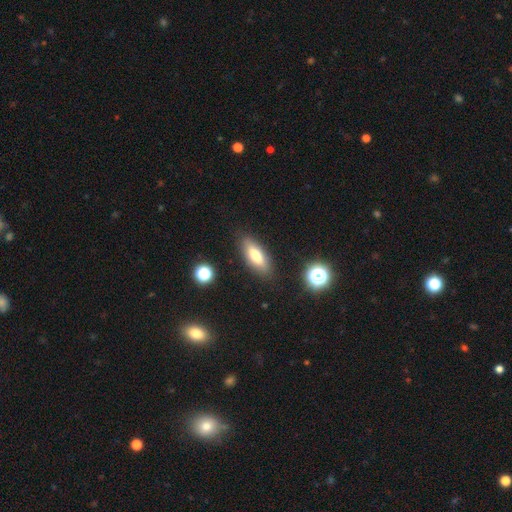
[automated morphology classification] This is likely a smooth galaxy (70%). How rounded: likely in between (64%). Merging: clearly none (86%).